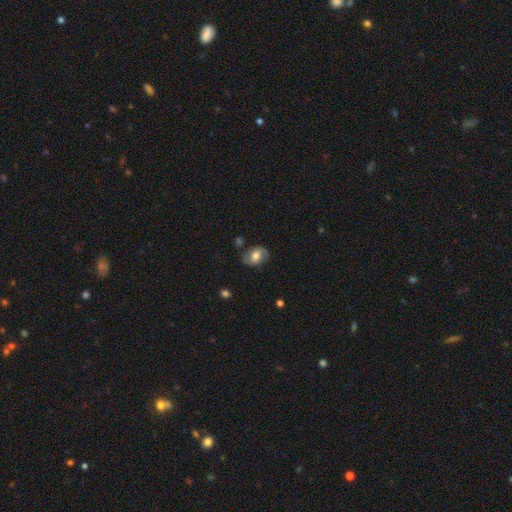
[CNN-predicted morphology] Smooth or featured: smooth — 52% (featured or disk — 40%)
How rounded: in between — 72% (round — 26%)
Merging: none — 72% (minor disturbance — 19%)